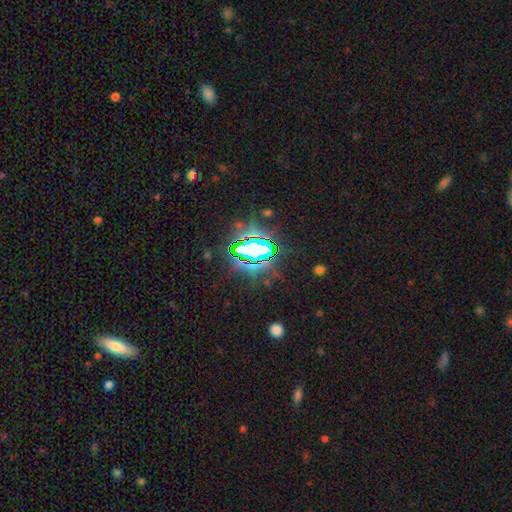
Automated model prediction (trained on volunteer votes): Q: Smooth or featured?
A: star or artifact (81%); runner-up: smooth (11%)